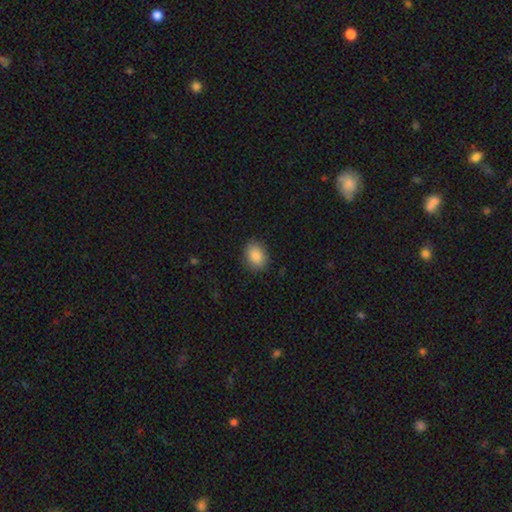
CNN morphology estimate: A smooth galaxy with no disk features (87%) that is in between round and cigar-shaped (60%).

Vote fractions:
- Smooth or featured? smooth: 87% / star or artifact: 8% / featured or disk: 5%
- How rounded? in between: 60% / round: 39% / cigar-shaped: 1%
- Merging? none: 86% / minor disturbance: 10% / major disturbance: 3% / merger: 1%